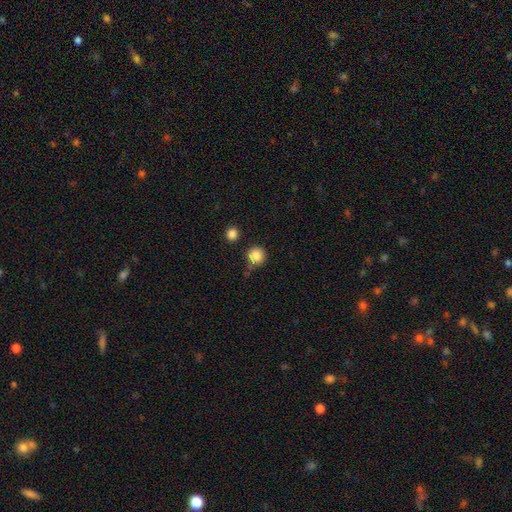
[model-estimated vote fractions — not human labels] Morphology: type=smooth (84%); roundness=round (92%); merging=none (67%).